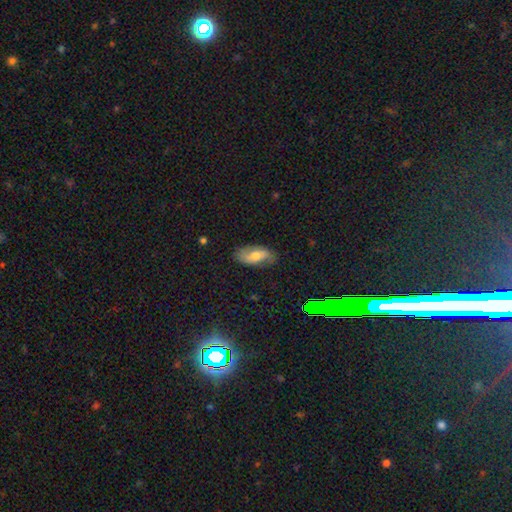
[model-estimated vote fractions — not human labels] Smooth or featured? smooth (52%)
How rounded? in between (89%)
Merging? none (74%)